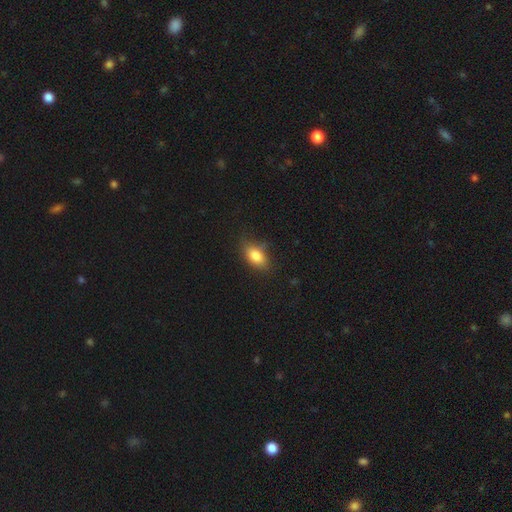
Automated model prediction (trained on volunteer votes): Q: Smooth or featured?
A: smooth (84%); runner-up: star or artifact (9%)
Q: How rounded?
A: in between (87%); runner-up: round (9%)
Q: Merging?
A: none (75%); runner-up: minor disturbance (19%)